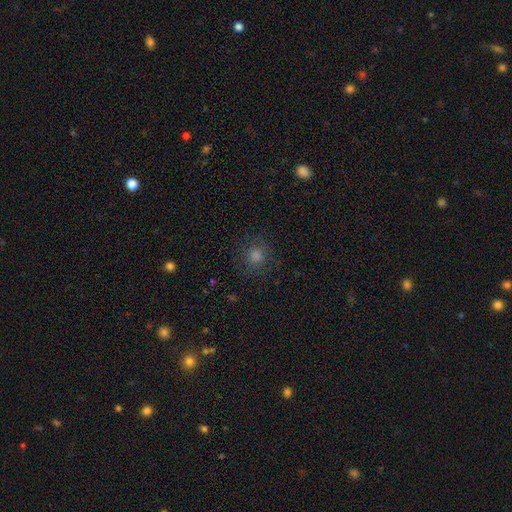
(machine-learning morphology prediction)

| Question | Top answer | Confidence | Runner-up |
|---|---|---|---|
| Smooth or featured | smooth | 68% | star or artifact (24%) |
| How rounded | round | 90% | in between (9%) |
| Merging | none | 85% | minor disturbance (9%) |